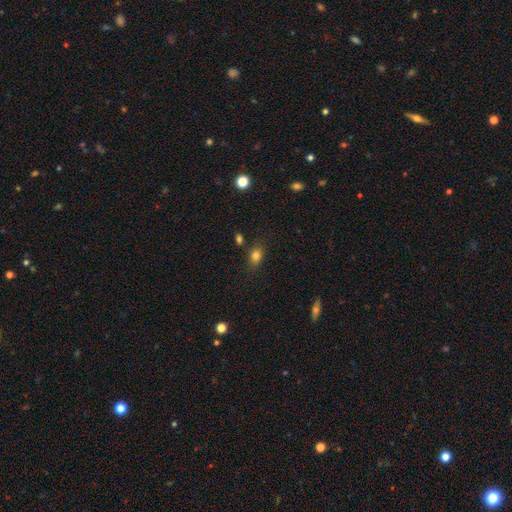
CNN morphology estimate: A smooth galaxy with no disk features (79%) that is in between round and cigar-shaped (72%).

Vote fractions:
- Smooth or featured? smooth: 79% / star or artifact: 12% / featured or disk: 8%
- How rounded? in between: 72% / round: 26% / cigar-shaped: 2%
- Merging? none: 78% / minor disturbance: 13% / merger: 5% / major disturbance: 4%